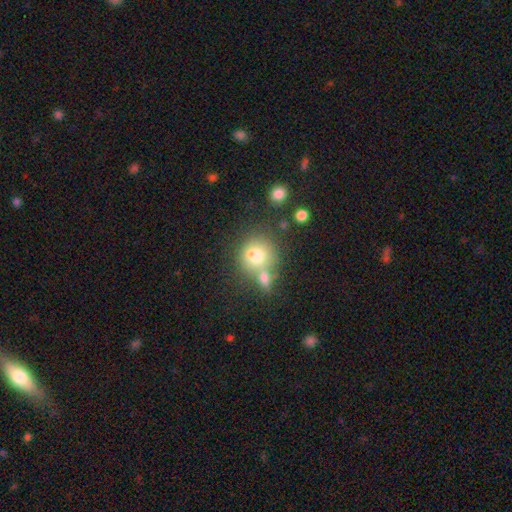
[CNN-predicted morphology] Smooth or featured? Predicted: smooth (p=0.69). How rounded? Predicted: round (p=0.77). Merging? Predicted: merger (p=0.46).